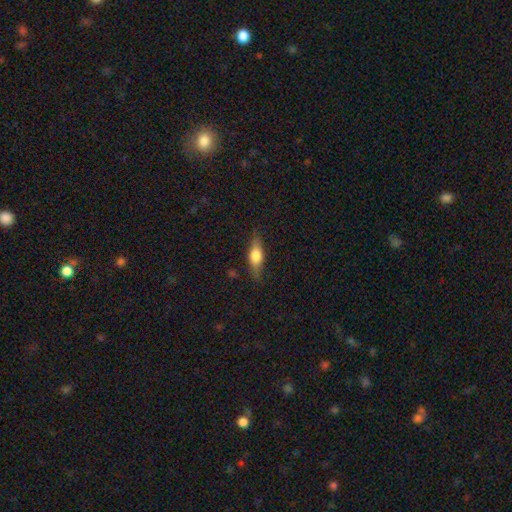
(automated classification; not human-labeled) Morphology: type=smooth (56%); roundness=in between (54%); merging=none (78%).